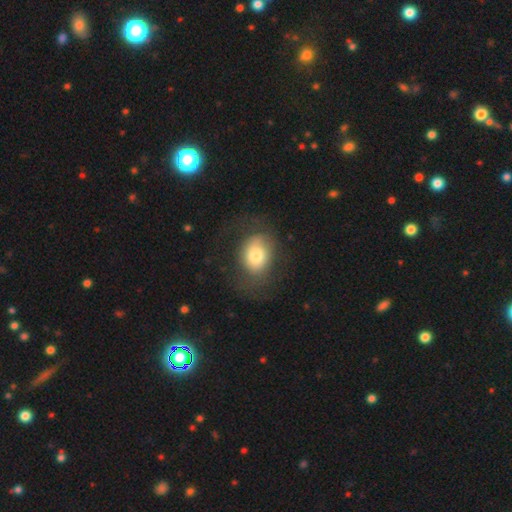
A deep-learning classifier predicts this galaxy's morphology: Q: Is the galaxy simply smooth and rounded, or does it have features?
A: smooth — 68%.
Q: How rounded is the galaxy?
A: in between — 60%.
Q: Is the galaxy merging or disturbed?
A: none — 60%.